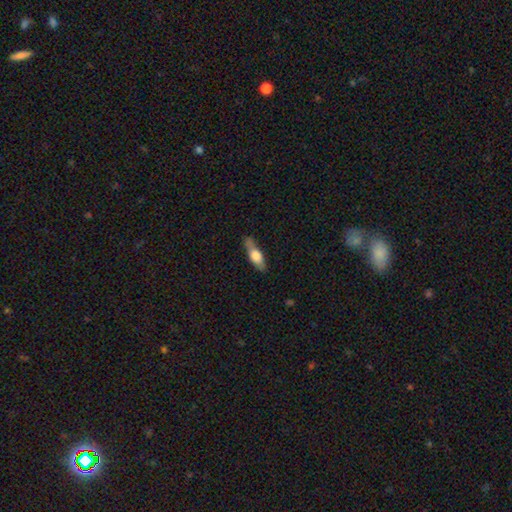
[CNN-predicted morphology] smooth_or_featured: smooth (p=0.59) [alt: featured or disk p=0.35]
how_rounded: in between (p=0.51) [alt: cigar-shaped p=0.46]
merging: none (p=0.71) [alt: minor disturbance p=0.21]